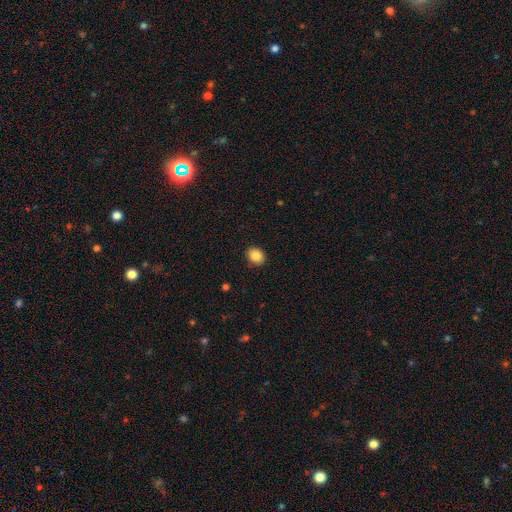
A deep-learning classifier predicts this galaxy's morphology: Overall: smooth (86%). How rounded: round (59%; in between 40%). Merging: none (91%).